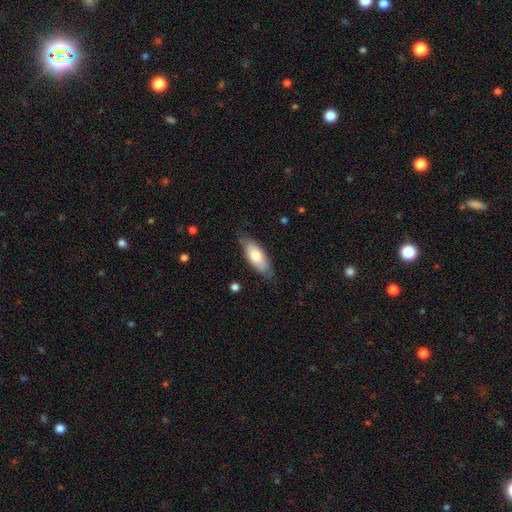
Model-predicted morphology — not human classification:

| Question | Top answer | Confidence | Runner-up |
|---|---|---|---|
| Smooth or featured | smooth | 71% | featured or disk (23%) |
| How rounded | in between | 80% | cigar-shaped (18%) |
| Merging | none | 75% | minor disturbance (20%) |